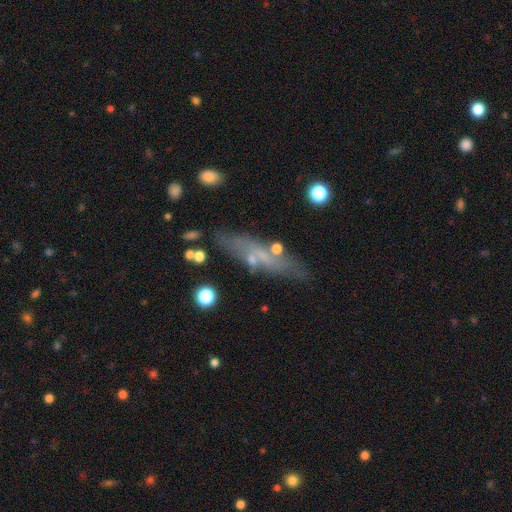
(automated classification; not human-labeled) Q: Smooth or featured?
A: featured or disk (48%); runner-up: smooth (40%)
Q: Merging?
A: none (76%); runner-up: minor disturbance (14%)